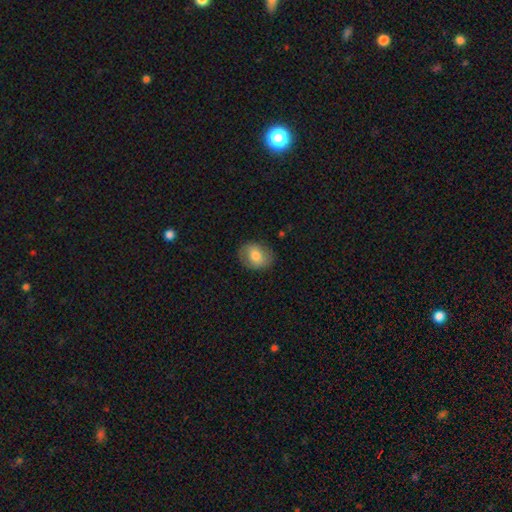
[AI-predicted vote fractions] A smooth galaxy with no disk features (70%) that is in between round and cigar-shaped (51%). Merging: none (82%).